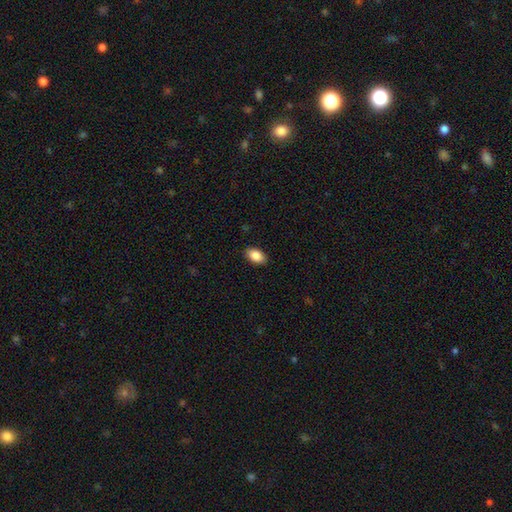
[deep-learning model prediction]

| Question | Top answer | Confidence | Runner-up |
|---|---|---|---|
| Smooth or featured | smooth | 88% | star or artifact (7%) |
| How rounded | in between | 92% | round (7%) |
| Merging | none | 89% | minor disturbance (9%) |